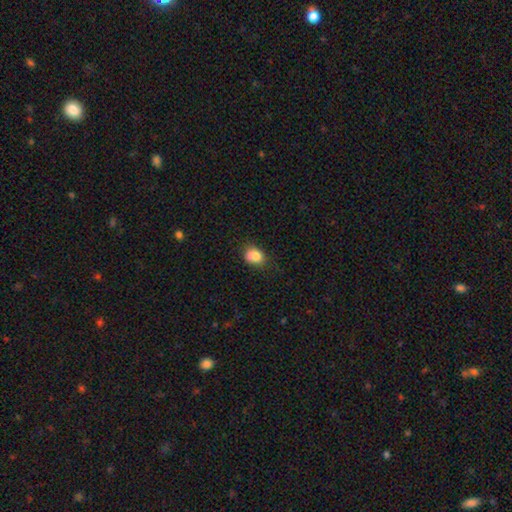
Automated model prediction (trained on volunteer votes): This appears to be a smooth galaxy with no disk features (77%) that is in between round and cigar-shaped (54%). Merging: none (43%).